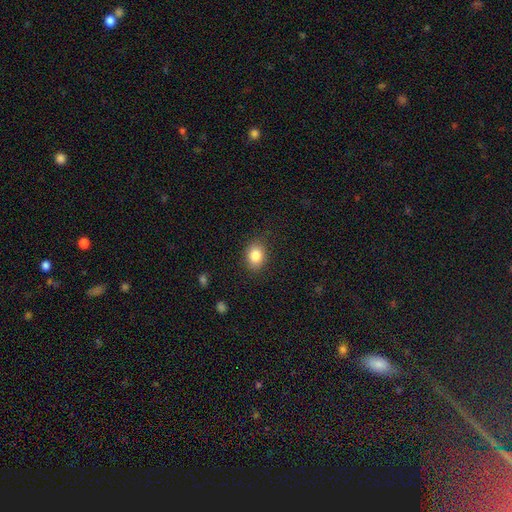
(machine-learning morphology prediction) Overall: smooth (84%). How rounded: in between (60%; round 39%). Merging: none (85%).